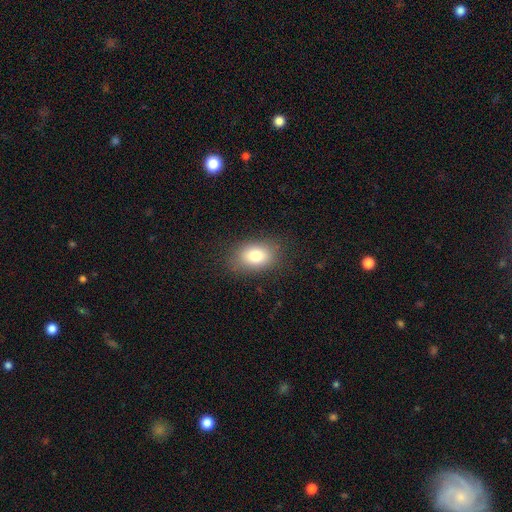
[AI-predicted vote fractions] Smooth or featured?
  - smooth: 81% *
  - featured or disk: 10%
  - star or artifact: 9%
How rounded?
  - in between: 81% *
  - round: 17%
  - cigar-shaped: 1%
Merging?
  - none: 82% *
  - minor disturbance: 12%
  - major disturbance: 4%
  - merger: 1%